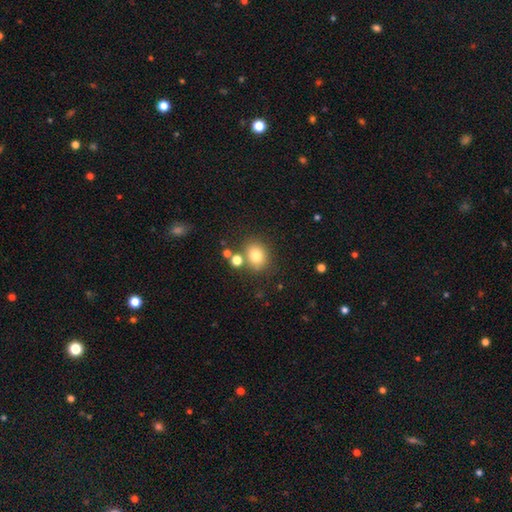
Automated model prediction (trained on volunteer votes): A smooth galaxy with no disk features (78%) that is round (66%). Merging: none (73%).